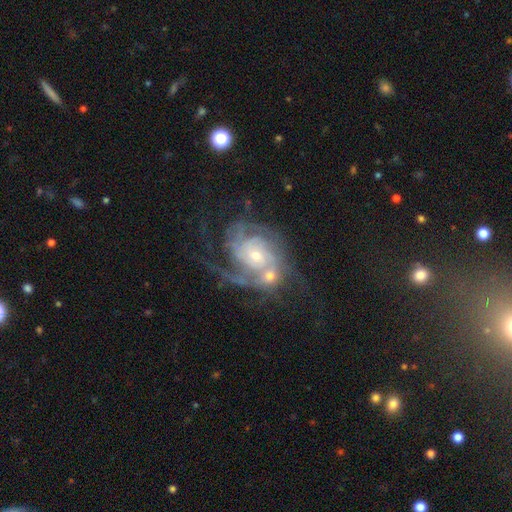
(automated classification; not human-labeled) This appears to be a featured or disk galaxy (87%) with no bar (68%), 3 (26%) tight (54%) spiral arms (96%) and a small central bulge (59%). Merging: none (40%).